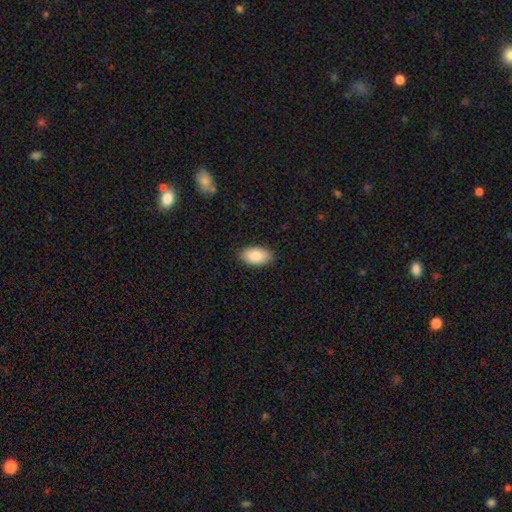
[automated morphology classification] smooth-or-featured: smooth: 86% | featured or disk: 7% | star or artifact: 7%
  how-rounded: in between: 94% | round: 4% | cigar-shaped: 2%
  merging: none: 87% | minor disturbance: 10% | major disturbance: 2% | merger: 1%